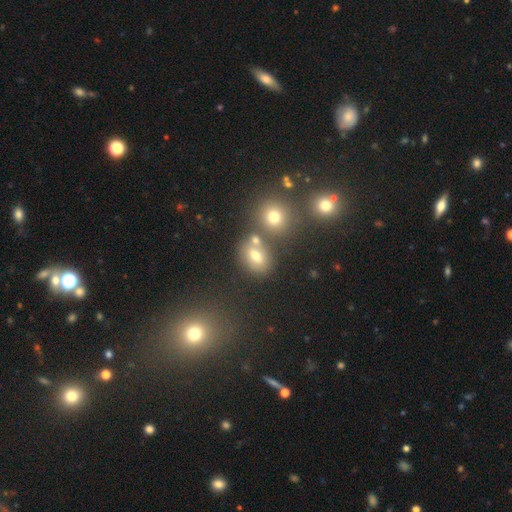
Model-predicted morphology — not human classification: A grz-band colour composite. It shows a smooth galaxy with no disk features (64%) that is in between round and cigar-shaped (51%). Merging: none (64%).